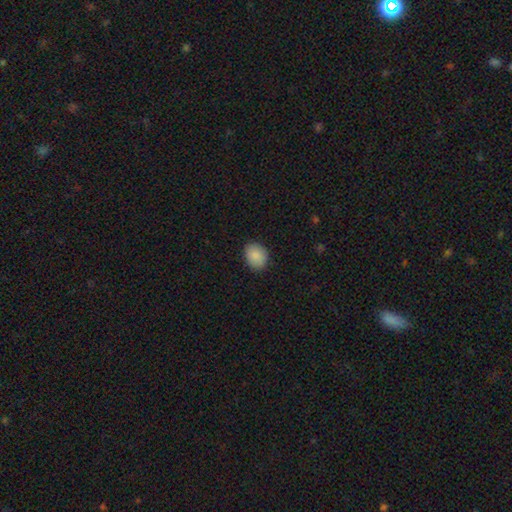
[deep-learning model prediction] Morphology: type=smooth (89%); roundness=in between (56%); merging=none (87%).